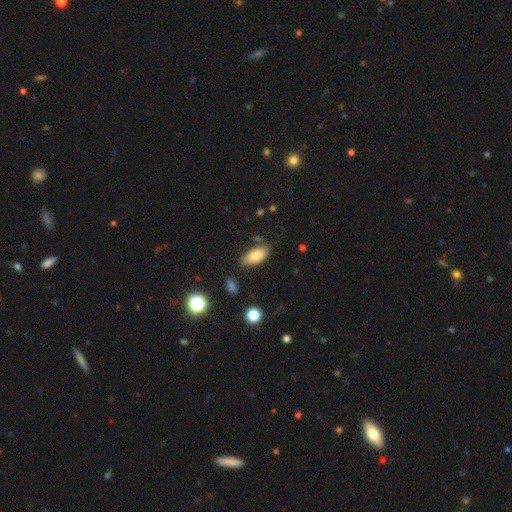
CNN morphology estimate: A smooth galaxy with no disk features (81%) that is in between round and cigar-shaped (90%).

Vote fractions:
- Smooth or featured? smooth: 81% / featured or disk: 10% / star or artifact: 8%
- How rounded? in between: 90% / cigar-shaped: 7% / round: 3%
- Merging? none: 68% / minor disturbance: 22% / major disturbance: 6% / merger: 5%